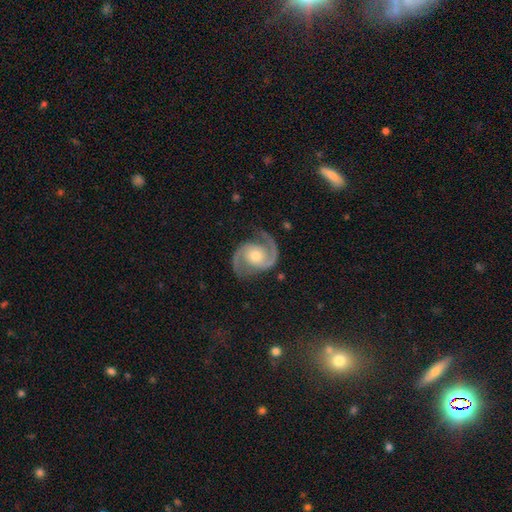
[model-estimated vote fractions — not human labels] Overall: featured or disk (93%). Edge-on disk: no (98%). Bar: no (66%; weak 26%). Spiral arms: yes (98%). Spiral arm count: 2 (94%). Spiral winding: medium (61%; tight 24%). Bulge size: moderate (66%). Merging: none (82%).